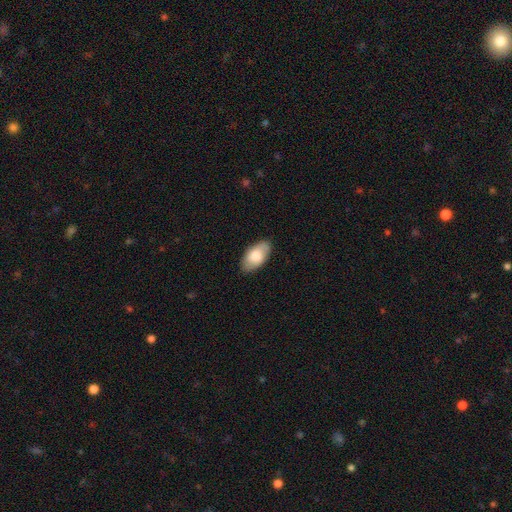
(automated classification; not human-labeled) Q: Smooth or featured?
A: smooth (74%); runner-up: featured or disk (20%)
Q: How rounded?
A: in between (94%); runner-up: cigar-shaped (3%)
Q: Merging?
A: none (84%); runner-up: minor disturbance (12%)